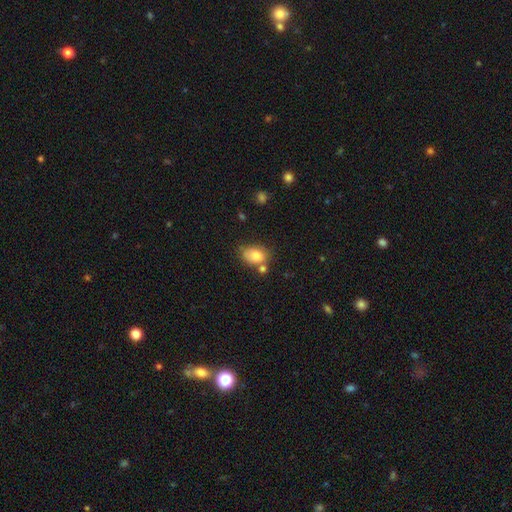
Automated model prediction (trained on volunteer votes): This is likely a smooth galaxy (79%). How rounded: likely in between (77%). Merging: possibly none (55%).